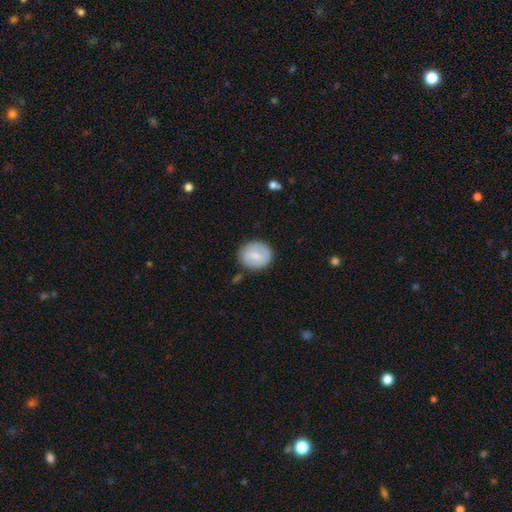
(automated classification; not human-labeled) A smooth galaxy with no disk features (64%) that is round (65%).

Vote fractions:
- Smooth or featured? smooth: 64% / featured or disk: 29% / star or artifact: 7%
- How rounded? round: 65% / in between: 33% / cigar-shaped: 1%
- Merging? none: 80% / minor disturbance: 14% / major disturbance: 4% / merger: 2%